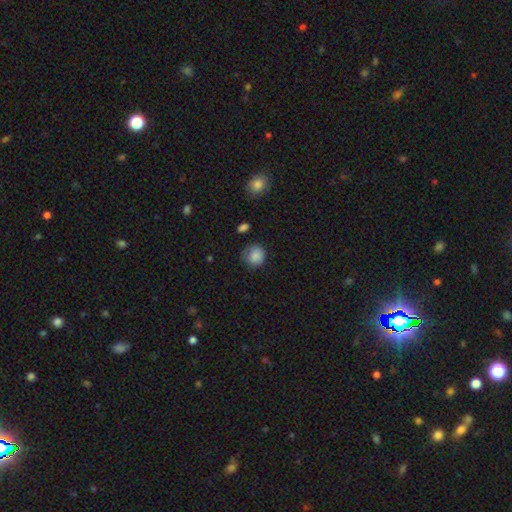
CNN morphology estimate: Smooth or featured: smooth — 85% (star or artifact — 9%)
How rounded: round — 87% (in between — 12%)
Merging: none — 71% (minor disturbance — 22%)